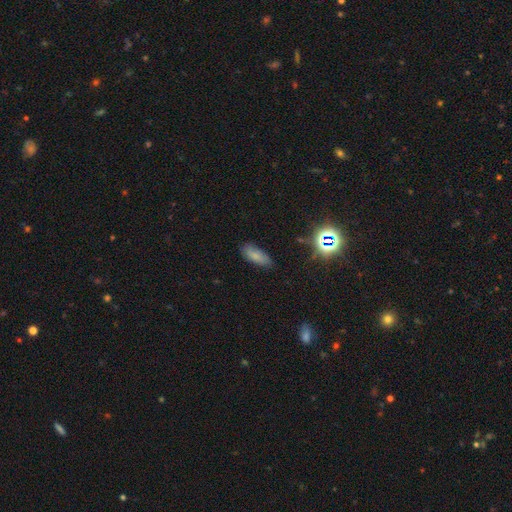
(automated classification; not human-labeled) This appears to be a smooth galaxy with no disk features (76%) that is in between round and cigar-shaped (76%). Merging: none (78%).